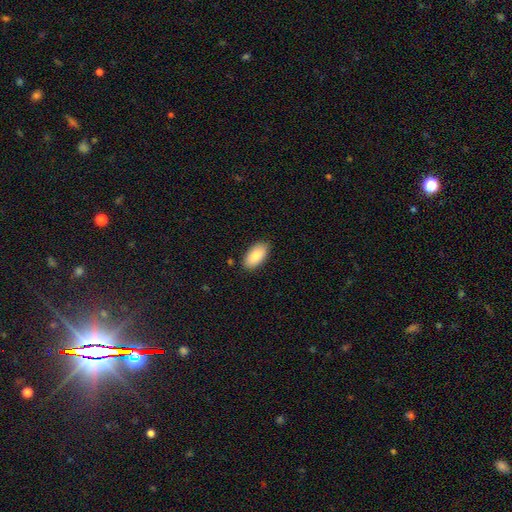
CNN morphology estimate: type=smooth (86%); roundness=in between (94%); merging=none (87%).